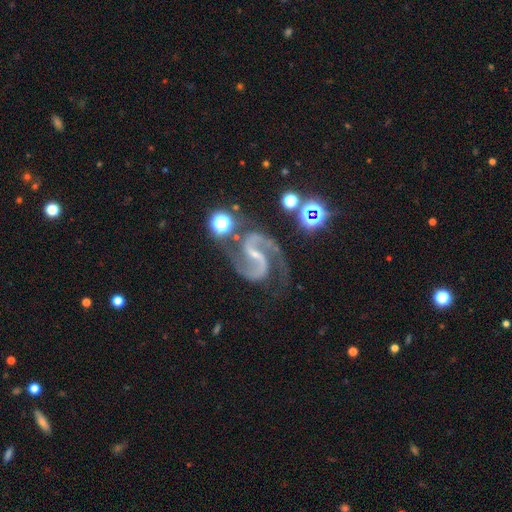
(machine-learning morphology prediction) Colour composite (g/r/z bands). It shows a featured or disk galaxy (92%) with a weak bar (43%), 2 (94%) medium (65%) spiral arms (99%) and a small central bulge (73%). Merging: none (68%).